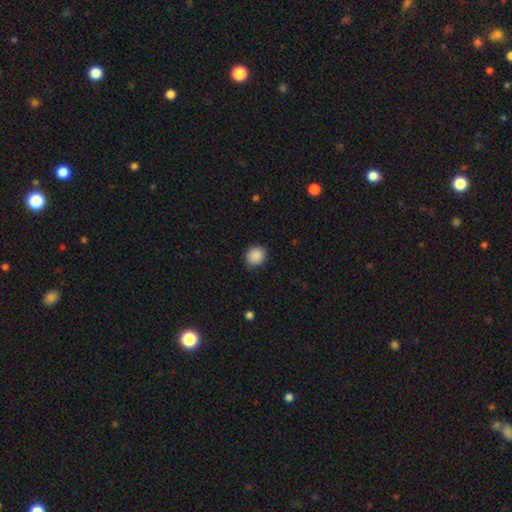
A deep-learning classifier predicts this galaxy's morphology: The model was most divided on "how rounded": round: 80%, in between: 19%, cigar-shaped: 1%. More confident: smooth or featured — smooth (89%); merging — none (85%).